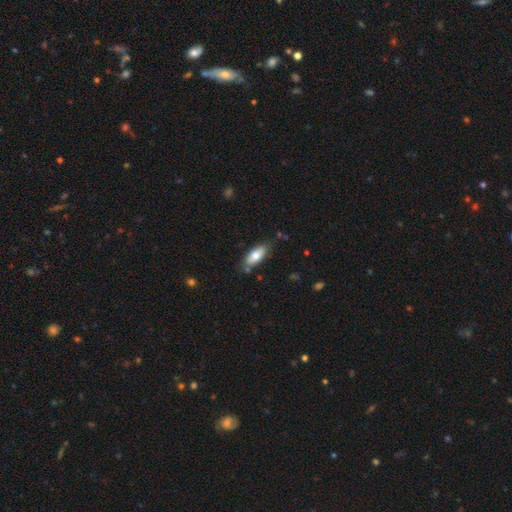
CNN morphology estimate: type=smooth (74%); roundness=in between (78%); merging=none (77%).